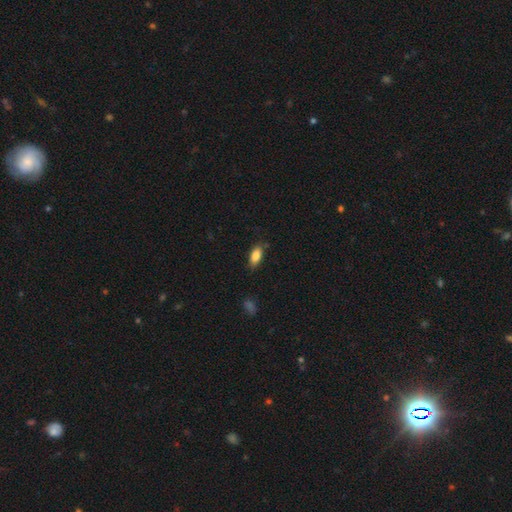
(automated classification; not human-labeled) The model was most divided on "merging": none: 78%, minor disturbance: 17%, major disturbance: 3%, merger: 2%. More confident: how rounded — in between (87%); smooth or featured — smooth (85%).